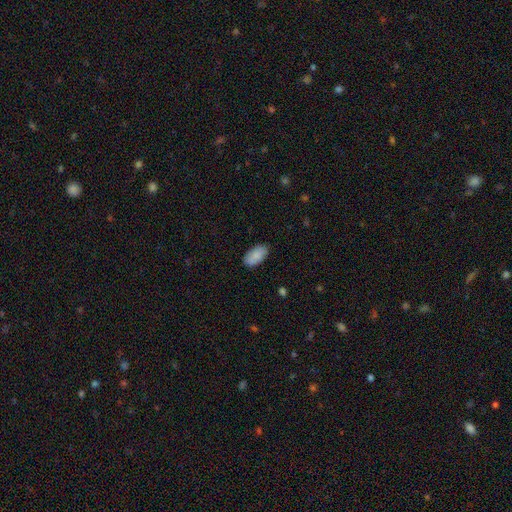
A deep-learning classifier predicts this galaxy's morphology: smooth-or-featured: smooth: 88% | star or artifact: 6% | featured or disk: 6%
  how-rounded: in between: 94% | cigar-shaped: 3% | round: 2%
  merging: none: 86% | minor disturbance: 11% | major disturbance: 2% | merger: 1%